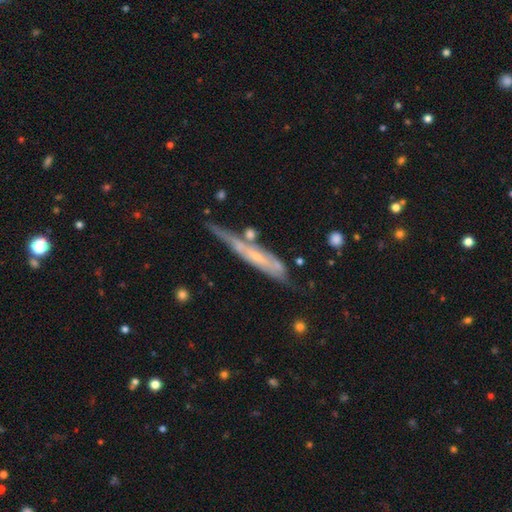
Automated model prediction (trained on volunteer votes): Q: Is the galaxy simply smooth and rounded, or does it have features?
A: featured or disk — 58%.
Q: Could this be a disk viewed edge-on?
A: yes — 75%.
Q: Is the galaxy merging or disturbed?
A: none — 53%.